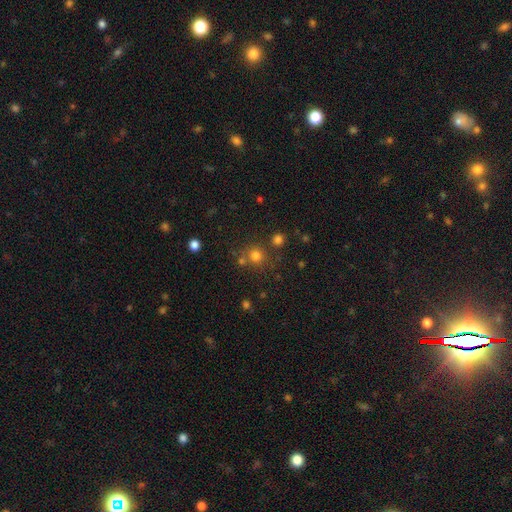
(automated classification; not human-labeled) smooth 75%, star or artifact 18%, featured or disk 7%. Down the decision tree: how rounded — round (90%); merging — none (71%).